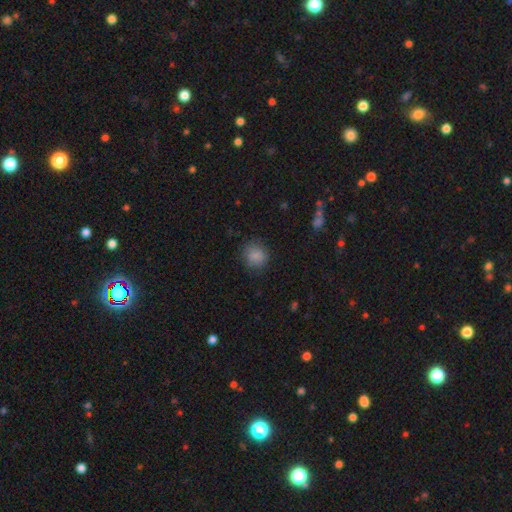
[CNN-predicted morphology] Smooth or featured?
  - smooth: 85% *
  - star or artifact: 9%
  - featured or disk: 6%
How rounded?
  - round: 80% *
  - in between: 19%
  - cigar-shaped: 1%
Merging?
  - none: 80% *
  - minor disturbance: 14%
  - major disturbance: 5%
  - merger: 1%